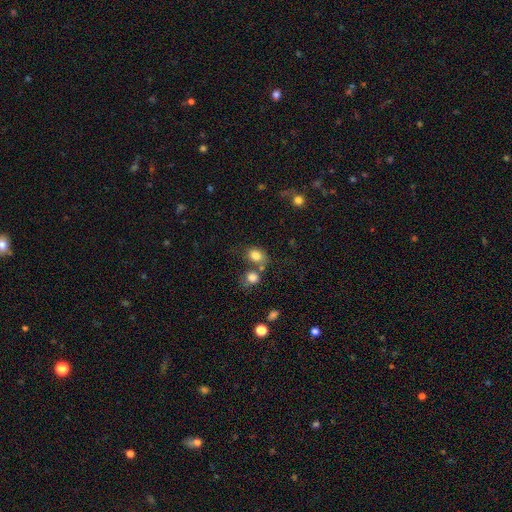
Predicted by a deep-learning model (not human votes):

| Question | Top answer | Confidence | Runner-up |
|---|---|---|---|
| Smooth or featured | smooth | 81% | star or artifact (11%) |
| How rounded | in between | 58% | round (41%) |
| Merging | none | 52% | merger (27%) |